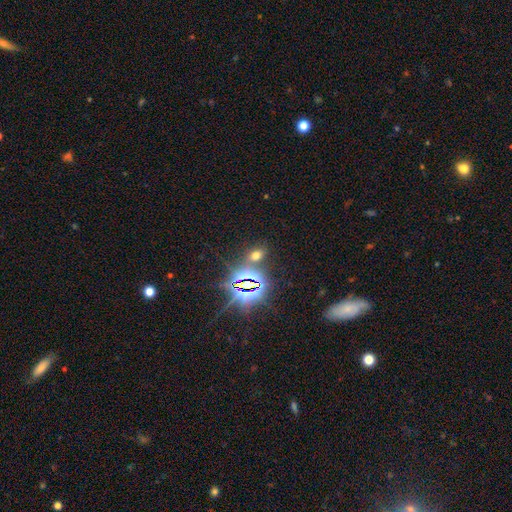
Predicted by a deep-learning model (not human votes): The model was most divided on "smooth or featured": smooth: 47%, star or artifact: 46%, featured or disk: 7%. More confident: merging — none (77%).